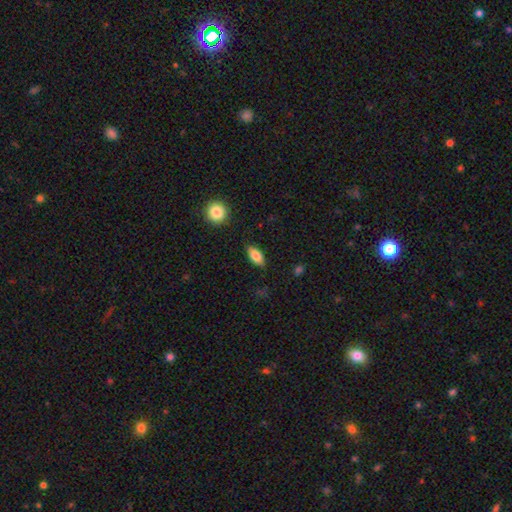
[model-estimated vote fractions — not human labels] The model was most divided on "smooth or featured": smooth: 79%, featured or disk: 14%, star or artifact: 7%. More confident: how rounded — in between (86%); merging — none (84%).